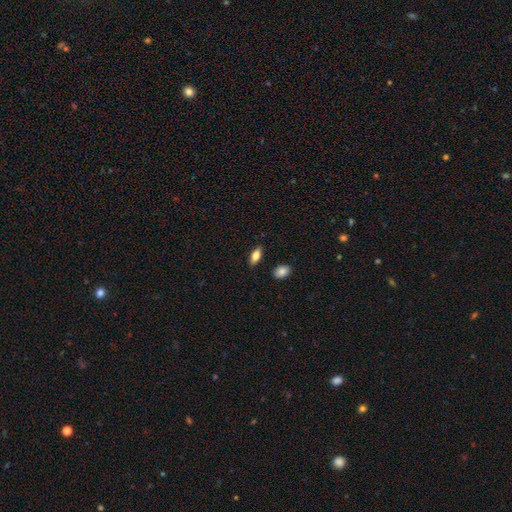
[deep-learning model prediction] smooth_or_featured: smooth (p=0.77) [alt: featured or disk p=0.16]
how_rounded: in between (p=0.84) [alt: cigar-shaped p=0.13]
merging: none (p=0.86) [alt: minor disturbance p=0.10]